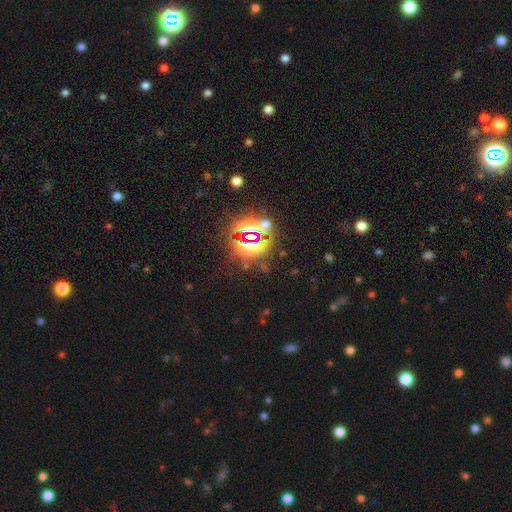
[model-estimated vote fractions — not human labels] Q: Smooth or featured?
A: star or artifact (82%); runner-up: smooth (11%)